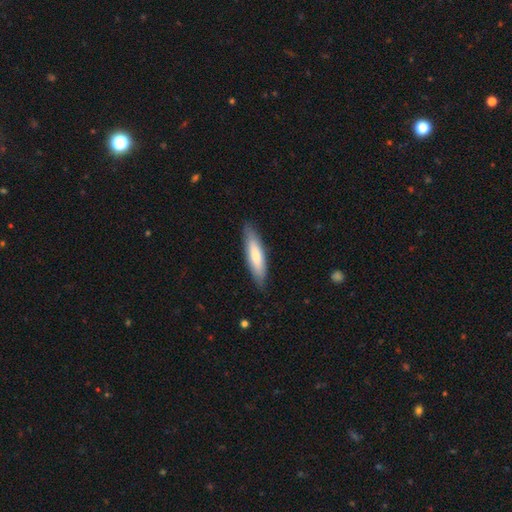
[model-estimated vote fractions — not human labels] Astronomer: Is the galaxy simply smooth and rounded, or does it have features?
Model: smooth — 74%.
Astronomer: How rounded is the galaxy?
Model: cigar-shaped — 72%.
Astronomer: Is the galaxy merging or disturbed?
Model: none — 86%.